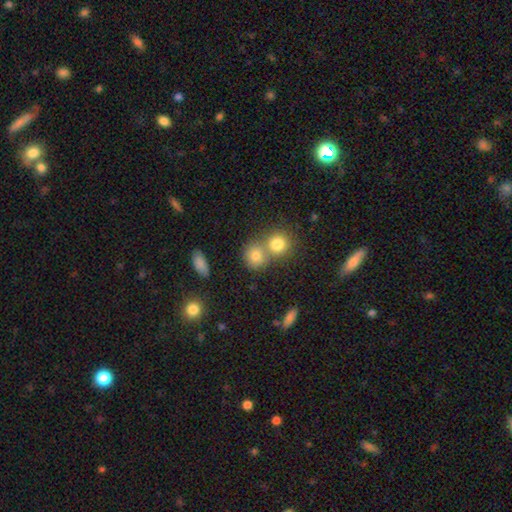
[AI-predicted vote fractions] Morphology: type=smooth (77%); roundness=round (81%); merging=none (45%, tied with merger).